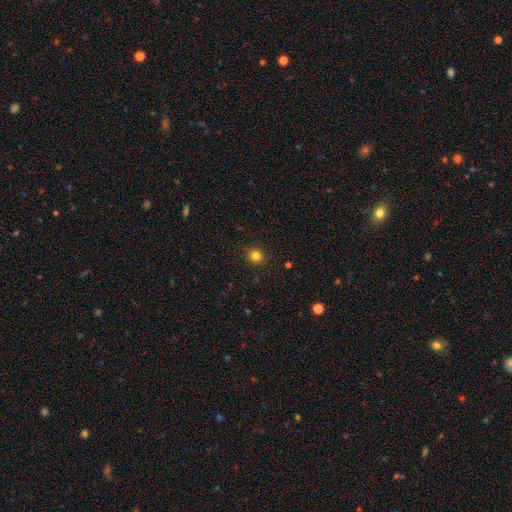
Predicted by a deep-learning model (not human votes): Smooth or featured?
  - smooth: 81% *
  - star or artifact: 14%
  - featured or disk: 5%
How rounded?
  - round: 89% *
  - in between: 10%
  - cigar-shaped: 1%
Merging?
  - none: 91% *
  - minor disturbance: 7%
  - major disturbance: 2%
  - merger: 1%